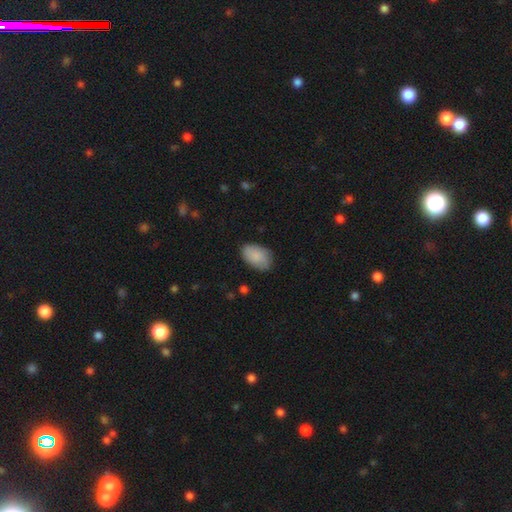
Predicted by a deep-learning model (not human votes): Morphology: type=smooth (87%); roundness=in between (91%); merging=none (79%).